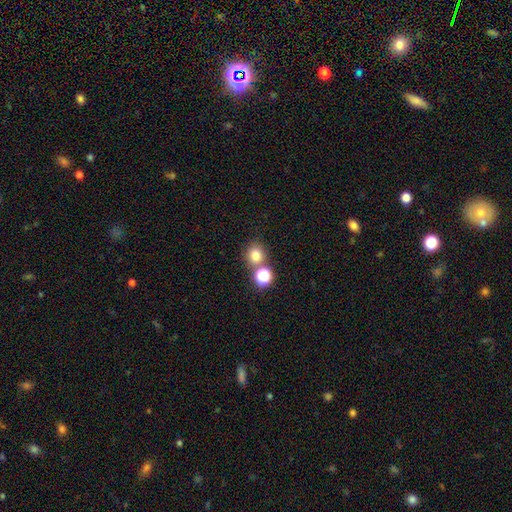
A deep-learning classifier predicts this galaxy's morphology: A smooth galaxy with no disk features (76%) that is round (83%).

Vote fractions:
- Smooth or featured? smooth: 76% / star or artifact: 18% / featured or disk: 7%
- How rounded? round: 83% / in between: 16% / cigar-shaped: 1%
- Merging? none: 67% / merger: 22% / minor disturbance: 8% / major disturbance: 3%